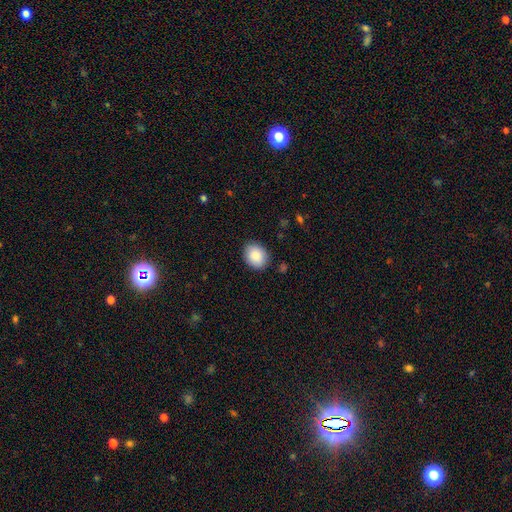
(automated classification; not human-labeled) Smooth or featured? smooth (88%)
How rounded? in between (53%)
Merging? none (87%)